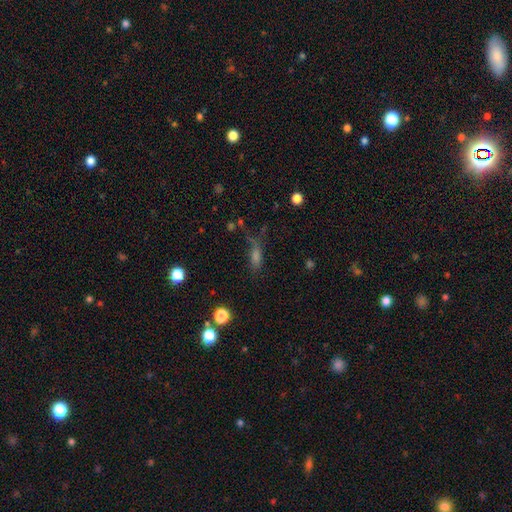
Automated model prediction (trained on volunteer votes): smooth 56%, star or artifact 25%, featured or disk 19%. Down the decision tree: how rounded — in between (55%); merging — none (49%).